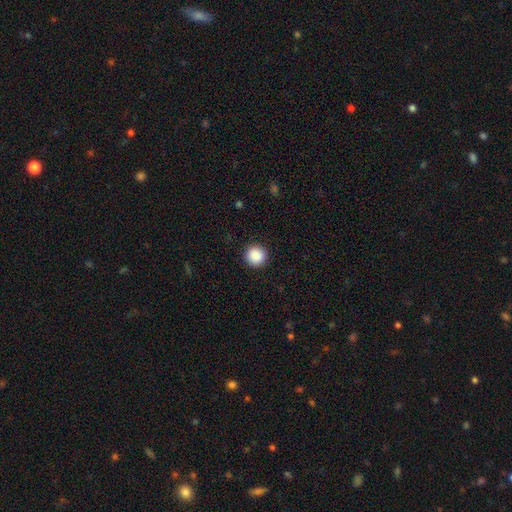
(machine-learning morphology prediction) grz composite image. It shows a smooth galaxy with no disk features (89%) that is round (95%). Merging: none (92%).